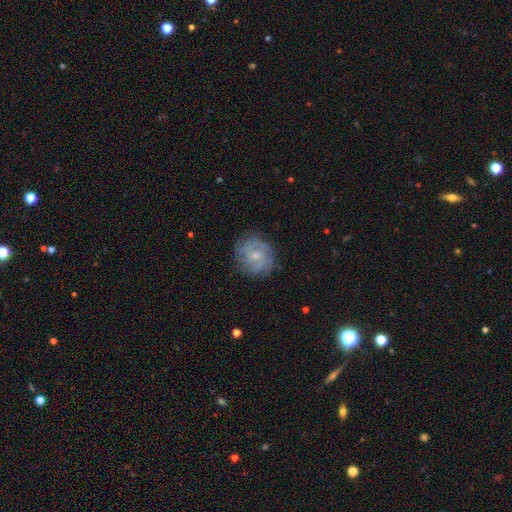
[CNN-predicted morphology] Overall: featured or disk (70%). Edge-on disk: no (97%). Bar: no (65%; weak 31%). Spiral arms: yes (88%). Spiral arm count: can't tell (42%; 2 17%). Spiral winding: tight (57%; medium 33%). Bulge size: small (64%; moderate 30%). Merging: none (78%).